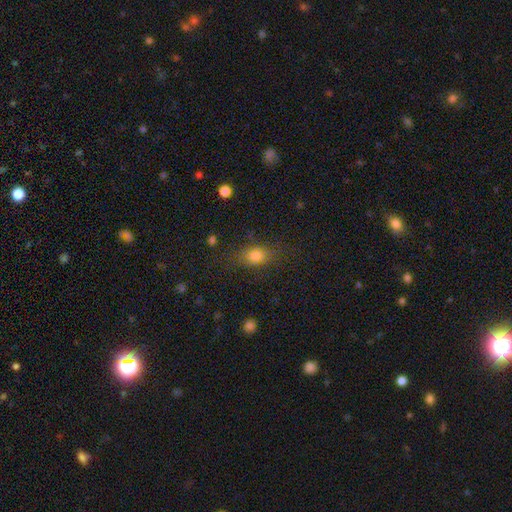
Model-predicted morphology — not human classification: Overall: smooth (78%). How rounded: in between (64%; round 32%). Merging: none (76%).